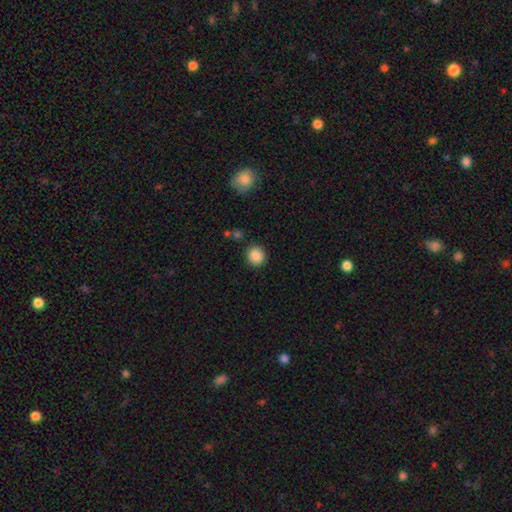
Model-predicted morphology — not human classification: A smooth galaxy with no disk features (87%) that is round (89%). Merging: none (88%).